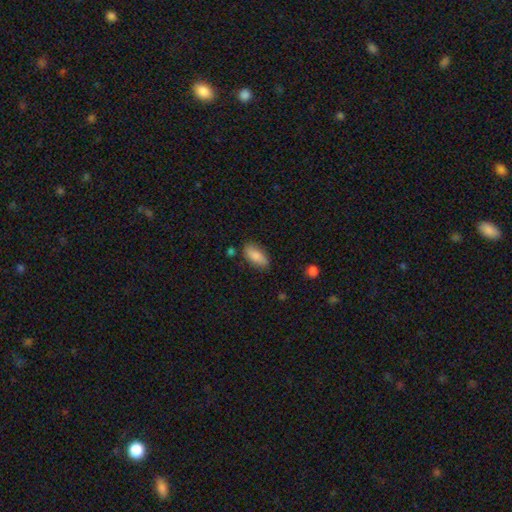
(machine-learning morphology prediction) Smooth or featured? Predicted: smooth (p=0.84). How rounded? Predicted: in between (p=0.87). Merging? Predicted: none (p=0.81).